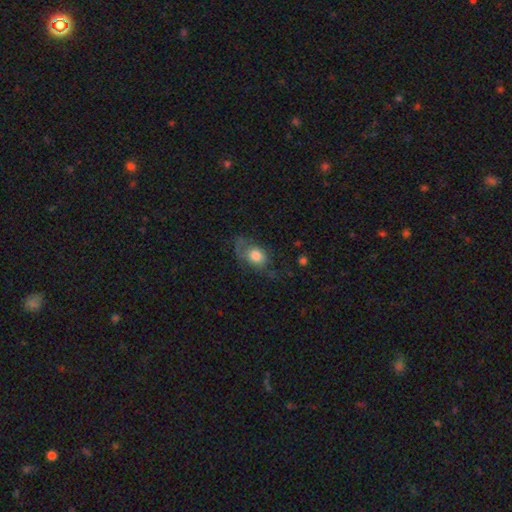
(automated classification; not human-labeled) Smooth or featured? Predicted: smooth (p=0.67). How rounded? Predicted: in between (p=0.64). Merging? Predicted: none (p=0.44).